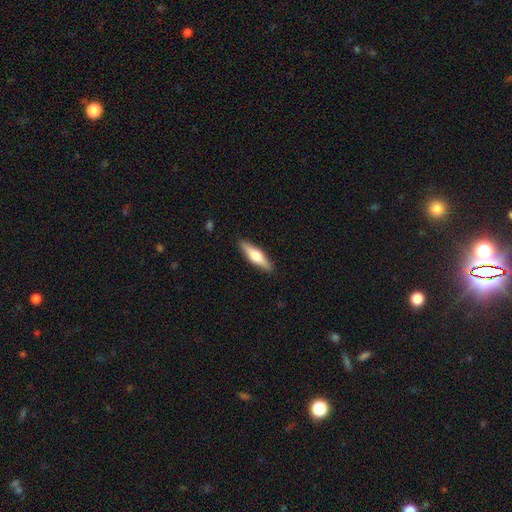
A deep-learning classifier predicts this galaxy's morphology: smooth_or_featured: smooth (p=0.47) [tied with: featured or disk p=0.47]
merging: none (p=0.90) [alt: minor disturbance p=0.07]